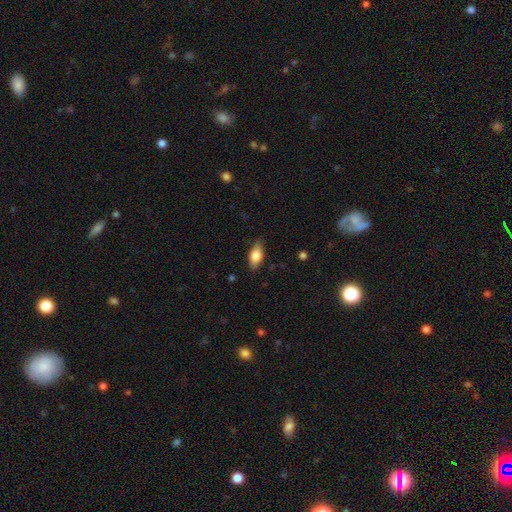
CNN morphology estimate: smooth-or-featured: smooth: 74% | featured or disk: 19% | star or artifact: 7%
  how-rounded: in between: 84% | cigar-shaped: 11% | round: 4%
  merging: none: 83% | minor disturbance: 13% | major disturbance: 3% | merger: 1%